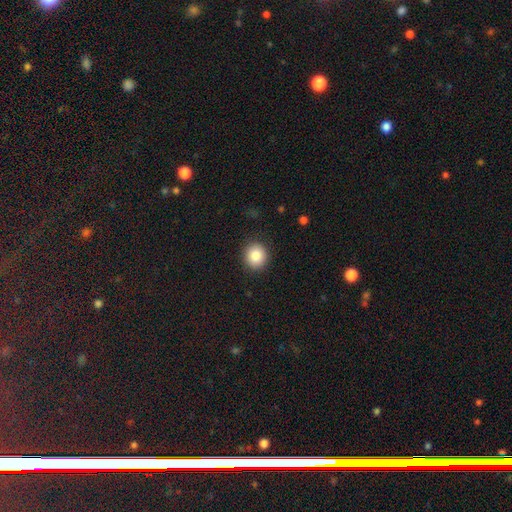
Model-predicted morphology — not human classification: A smooth galaxy with no disk features (85%) that is round (87%). Merging: none (91%).